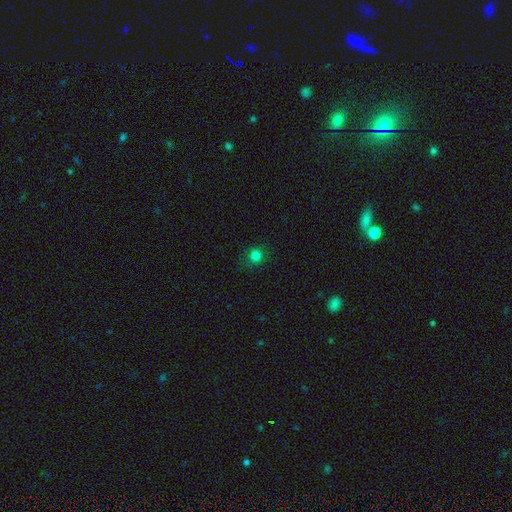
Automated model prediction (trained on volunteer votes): Smooth or featured? smooth (81%)
How rounded? round (91%)
Merging? none (86%)